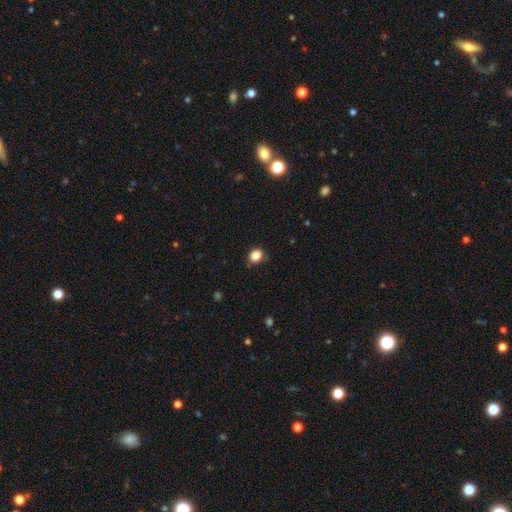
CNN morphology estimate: Smooth or featured? Predicted: smooth (p=0.85). How rounded? Predicted: in between (p=0.50). Merging? Predicted: none (p=0.83).